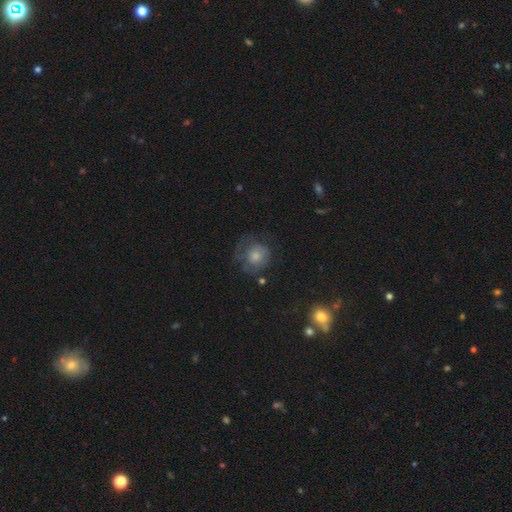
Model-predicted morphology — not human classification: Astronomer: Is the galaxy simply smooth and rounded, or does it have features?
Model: smooth — 59%.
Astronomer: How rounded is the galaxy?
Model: round — 81%.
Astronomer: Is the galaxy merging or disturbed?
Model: none — 46% (runner-up: major disturbance, 27%).